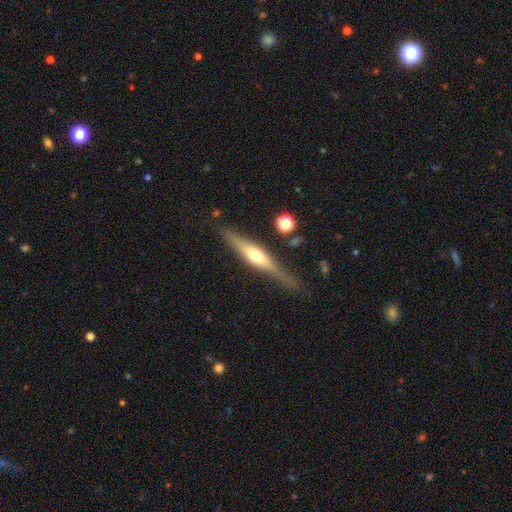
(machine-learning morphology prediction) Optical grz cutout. It shows a featured or disk galaxy (71%) viewed edge-on (96%) with a rounded central bulge (87%). Merging: none (79%).